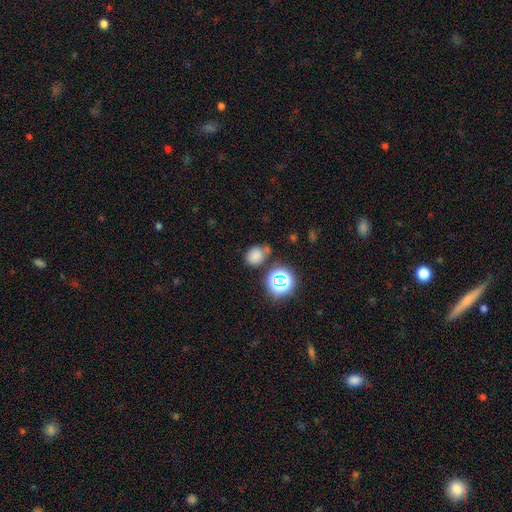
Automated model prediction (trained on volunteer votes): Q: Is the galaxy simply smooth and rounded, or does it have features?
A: smooth — 73%.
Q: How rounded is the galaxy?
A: round — 54%.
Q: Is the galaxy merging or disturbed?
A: none — 61%.